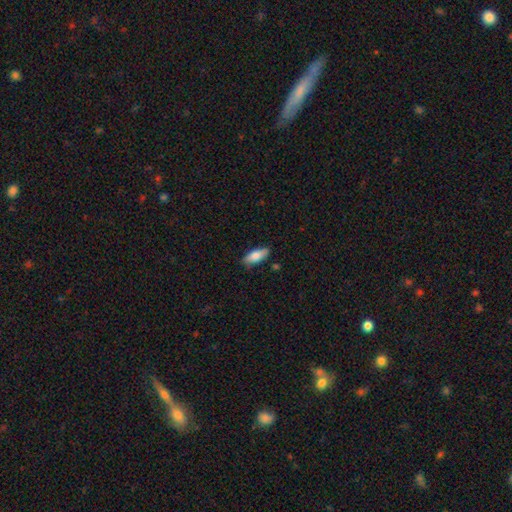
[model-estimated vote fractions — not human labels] smooth 80%, featured or disk 14%, star or artifact 6%. Down the decision tree: how rounded — in between (70%); merging — none (84%).